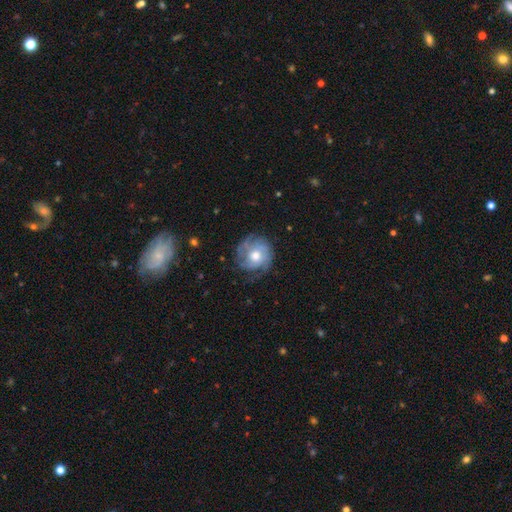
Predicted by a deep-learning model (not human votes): Q: Smooth or featured?
A: featured or disk (76%); runner-up: smooth (18%)
Q: Edge-on disk?
A: no (98%); runner-up: yes (2%)
Q: Bar?
A: no (79%); runner-up: weak (18%)
Q: Spiral arms?
A: yes (91%); runner-up: no (9%)
Q: Spiral winding?
A: tight (60%); runner-up: medium (30%)
Q: Spiral arm count?
A: can't tell (36%); runner-up: 3 (24%)
Q: Bulge size?
A: moderate (72%); runner-up: large (15%)
Q: Merging?
A: none (72%); runner-up: minor disturbance (19%)